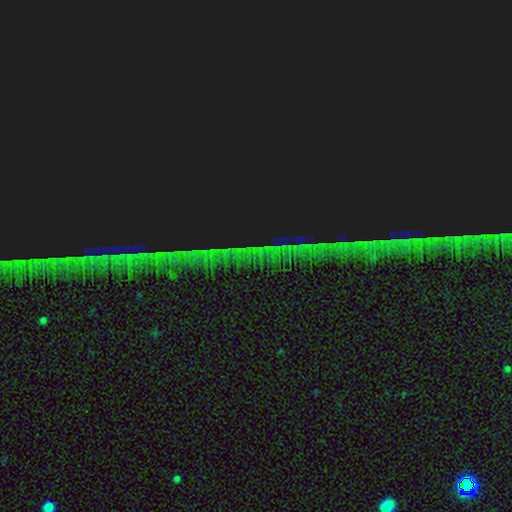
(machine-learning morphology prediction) Smooth or featured? star or artifact (87%)